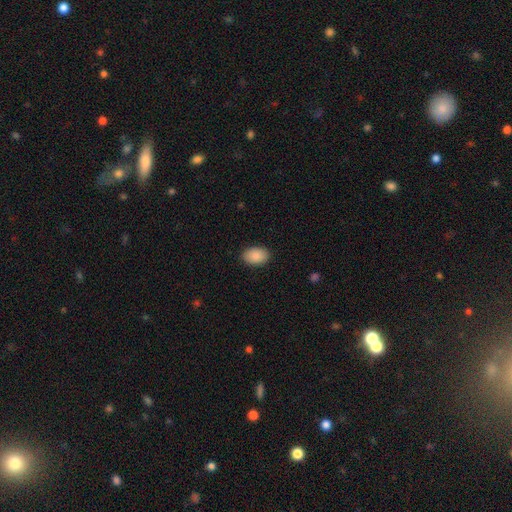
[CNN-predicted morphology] A smooth galaxy with no disk features (89%) that is in between round and cigar-shaped (89%). Merging: none (89%).